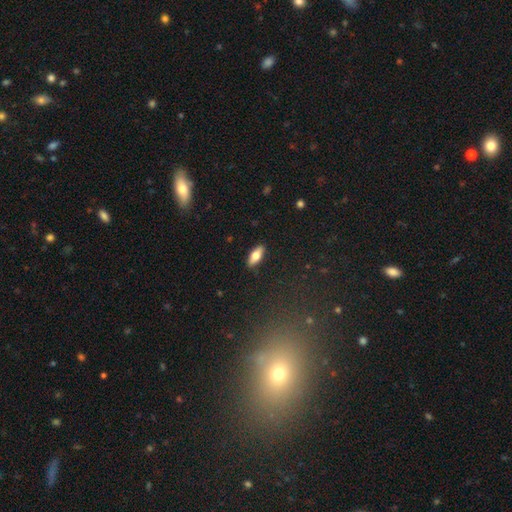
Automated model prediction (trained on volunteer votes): Overall: smooth (70%). How rounded: in between (77%). Merging: none (90%).